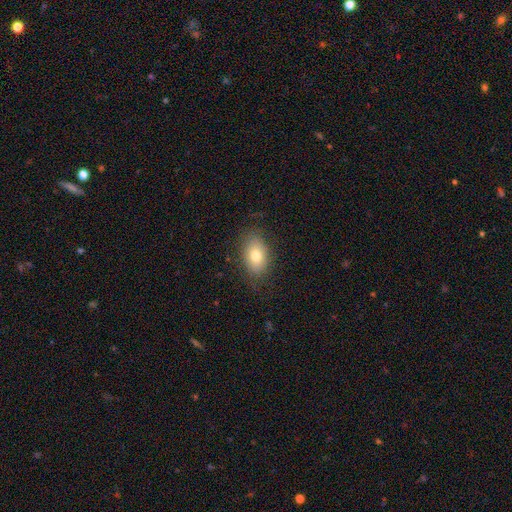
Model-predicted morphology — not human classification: Overall: smooth (76%). How rounded: in between (86%). Merging: none (82%).